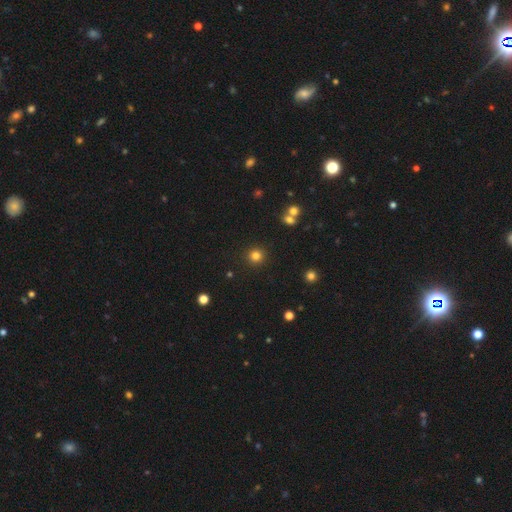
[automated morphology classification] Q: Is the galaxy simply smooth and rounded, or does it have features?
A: smooth — 81%.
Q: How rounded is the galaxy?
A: round — 94%.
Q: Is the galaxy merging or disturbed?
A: none — 90%.